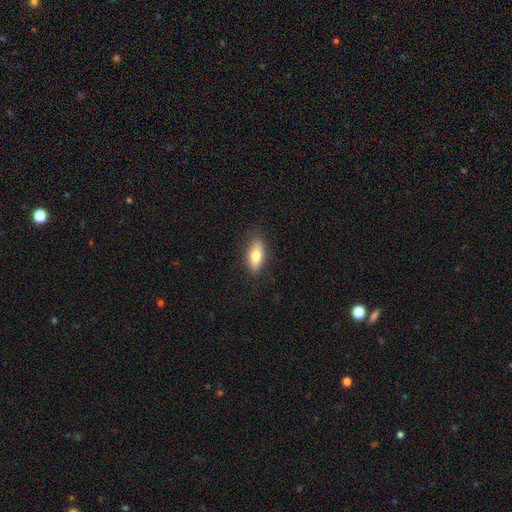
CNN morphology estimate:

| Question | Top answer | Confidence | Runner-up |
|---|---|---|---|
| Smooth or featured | smooth | 76% | featured or disk (18%) |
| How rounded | in between | 79% | cigar-shaped (17%) |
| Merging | none | 84% | minor disturbance (12%) |